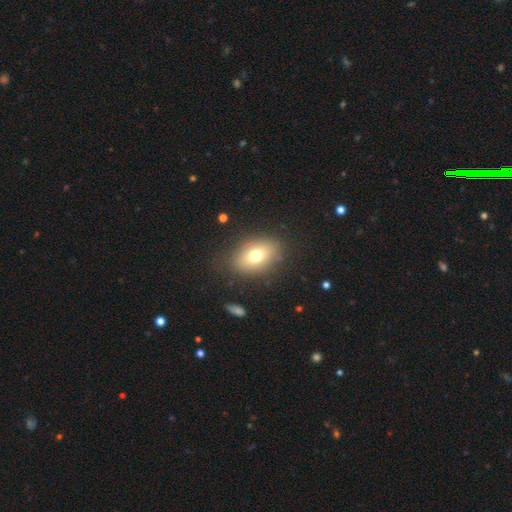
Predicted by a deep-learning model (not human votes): Smooth or featured?
  - smooth: 71% *
  - featured or disk: 18%
  - star or artifact: 11%
How rounded?
  - in between: 77% *
  - round: 21%
  - cigar-shaped: 2%
Merging?
  - none: 81% *
  - minor disturbance: 12%
  - major disturbance: 5%
  - merger: 2%